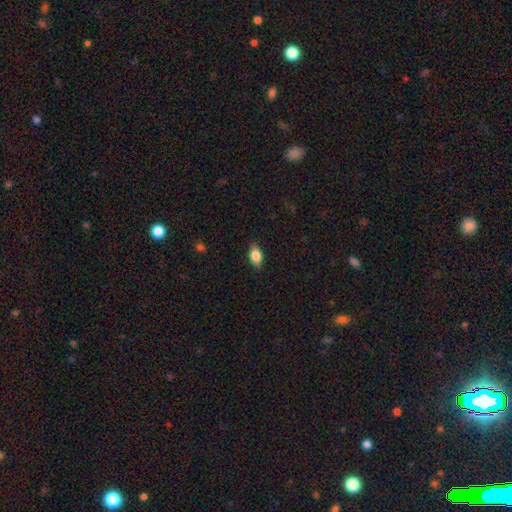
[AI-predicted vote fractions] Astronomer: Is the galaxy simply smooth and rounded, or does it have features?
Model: smooth — 81%.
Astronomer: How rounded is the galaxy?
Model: in between — 87%.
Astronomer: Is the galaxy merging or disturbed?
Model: none — 84%.